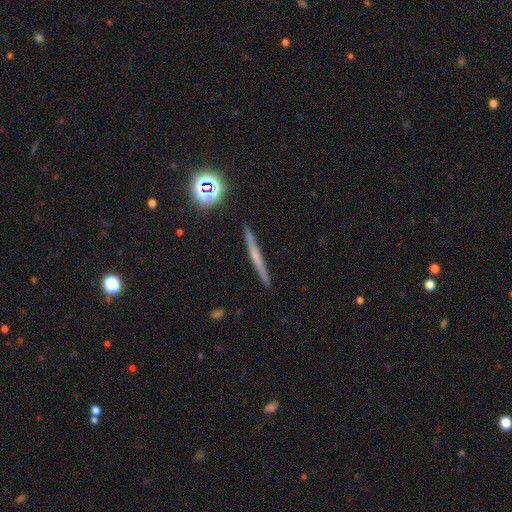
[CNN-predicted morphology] featured or disk 53%, smooth 34%, star or artifact 13%. Down the decision tree: edge-on disk — yes (97%); edge-on bulge — none (62%); merging — none (91%).